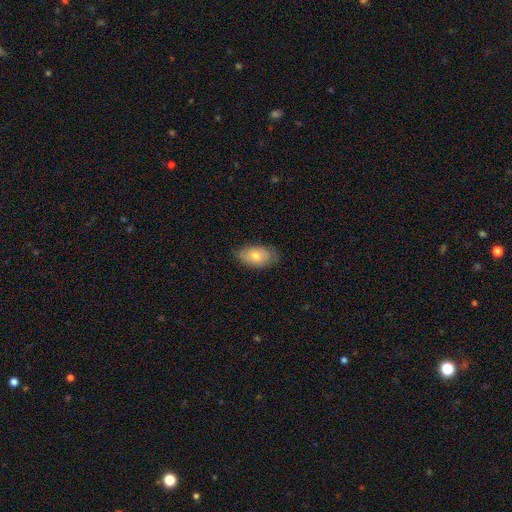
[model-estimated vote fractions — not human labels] A smooth galaxy with no disk features (70%) that is in between round and cigar-shaped (93%). Merging: none (78%).